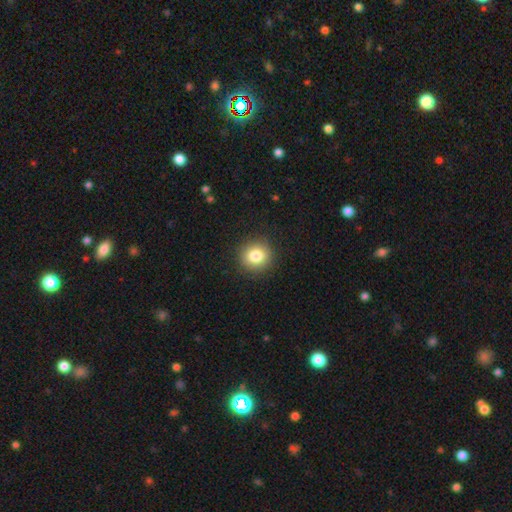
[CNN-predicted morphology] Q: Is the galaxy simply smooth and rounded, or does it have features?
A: smooth — 82%.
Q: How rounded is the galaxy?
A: round — 91%.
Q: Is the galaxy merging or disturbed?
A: none — 91%.